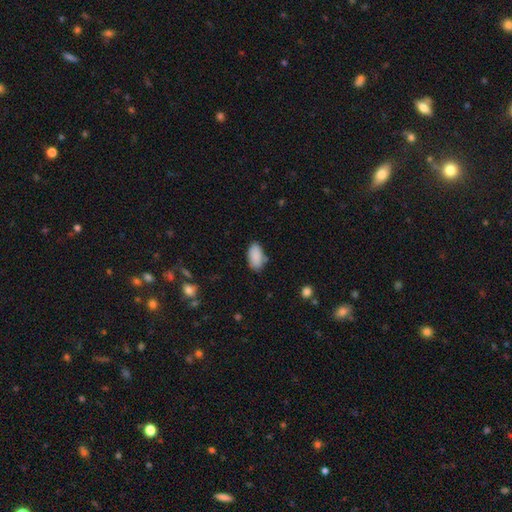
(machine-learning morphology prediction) This appears to be a smooth galaxy with no disk features (88%) that is in between round and cigar-shaped (94%). Merging: none (75%).